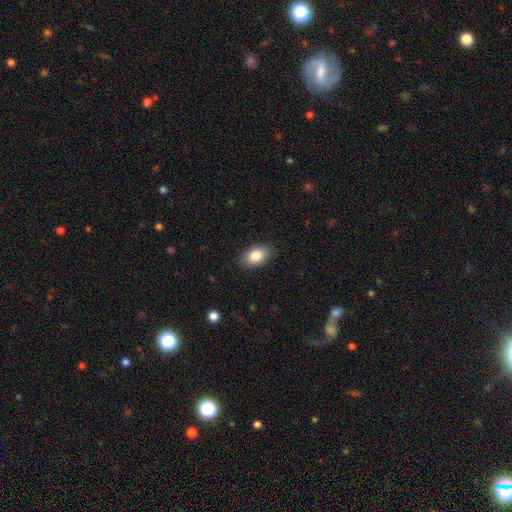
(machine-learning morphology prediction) smooth 85%, featured or disk 8%, star or artifact 7%. Down the decision tree: how rounded — in between (91%); merging — none (87%).